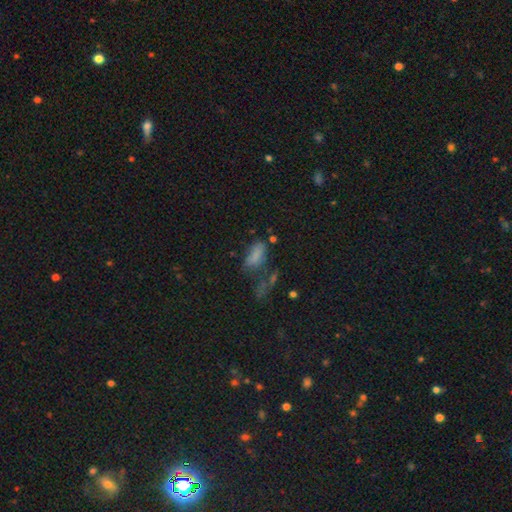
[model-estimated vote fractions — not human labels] The model was most divided on "merging": none: 39%, minor disturbance: 24%, major disturbance: 20%, merger: 18%. More confident: how rounded — in between (84%); smooth or featured — smooth (74%).